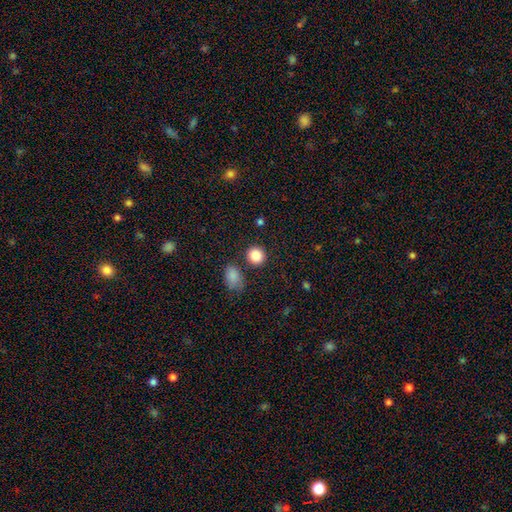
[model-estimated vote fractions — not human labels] A smooth galaxy with no disk features (87%) that is round (88%). Merging: none (84%).